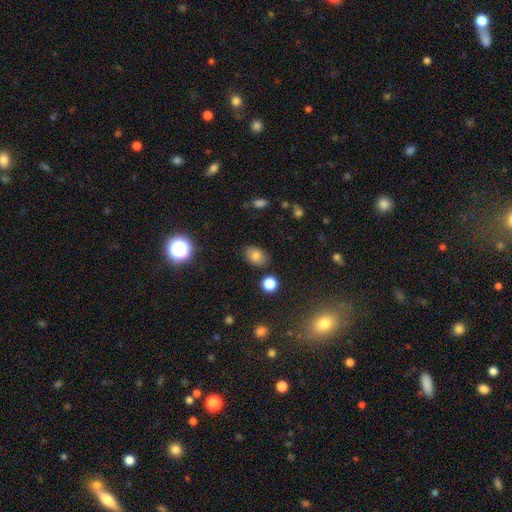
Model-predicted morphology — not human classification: This appears to be a smooth galaxy with no disk features (79%) that is in between round and cigar-shaped (79%). Merging: none (82%).